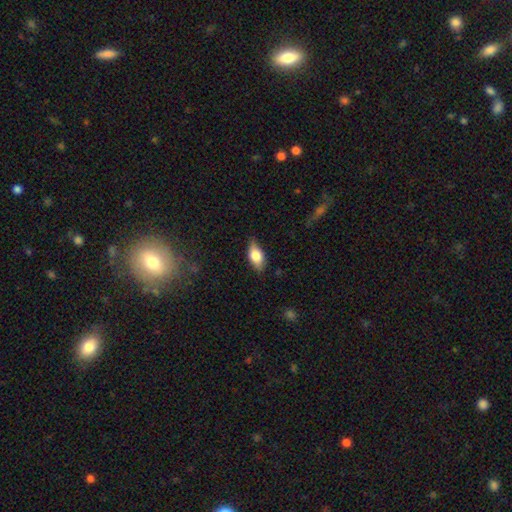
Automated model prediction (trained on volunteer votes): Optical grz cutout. It shows a smooth galaxy with no disk features (69%) that is in between round and cigar-shaped (85%). Merging: none (77%).